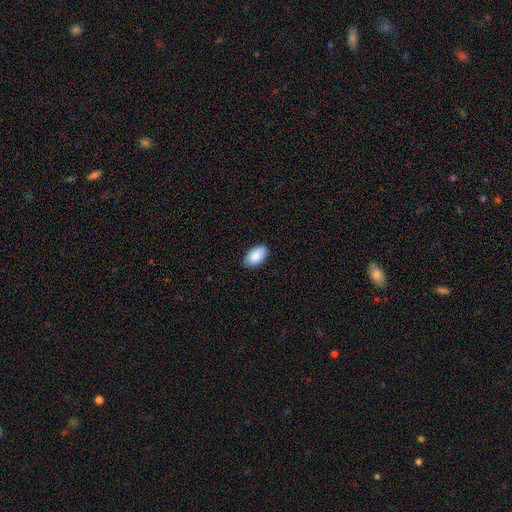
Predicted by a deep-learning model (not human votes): Morphology: type=smooth (89%); roundness=in between (95%); merging=none (85%).